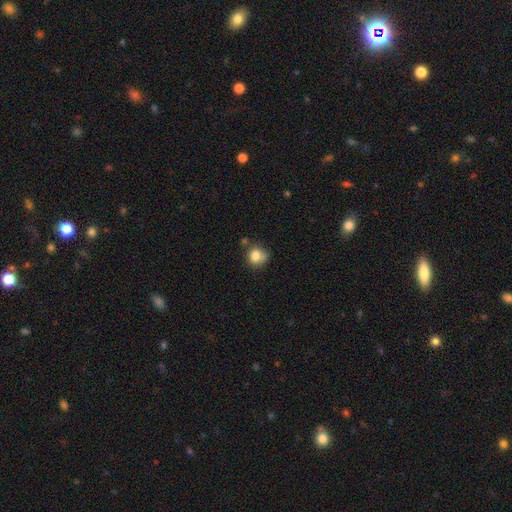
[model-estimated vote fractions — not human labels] The model was most divided on "merging": none: 57%, minor disturbance: 24%, merger: 12%, major disturbance: 7%. More confident: how rounded — round (79%); smooth or featured — smooth (79%).